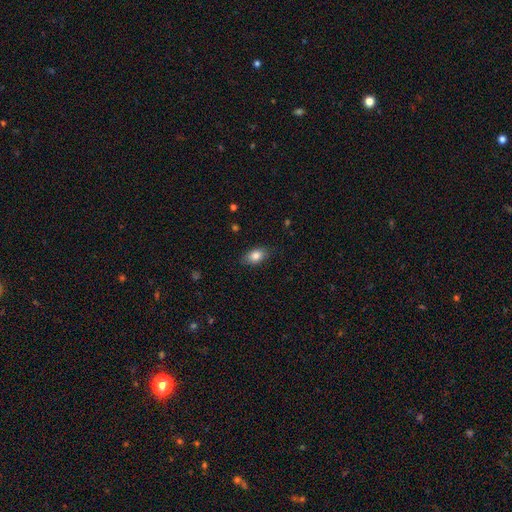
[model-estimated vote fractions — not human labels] Smooth or featured?
  - smooth: 83% *
  - featured or disk: 9%
  - star or artifact: 8%
How rounded?
  - in between: 87% *
  - round: 11%
  - cigar-shaped: 2%
Merging?
  - none: 84% *
  - minor disturbance: 12%
  - major disturbance: 3%
  - merger: 1%